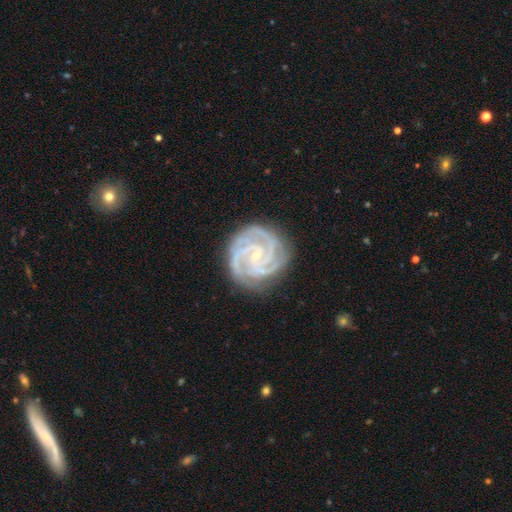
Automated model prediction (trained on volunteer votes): This appears to be a featured or disk galaxy (92%) with no bar (61%), 3 (47%) tight (75%) spiral arms (99%) and a small central bulge (85%). Merging: none (81%).